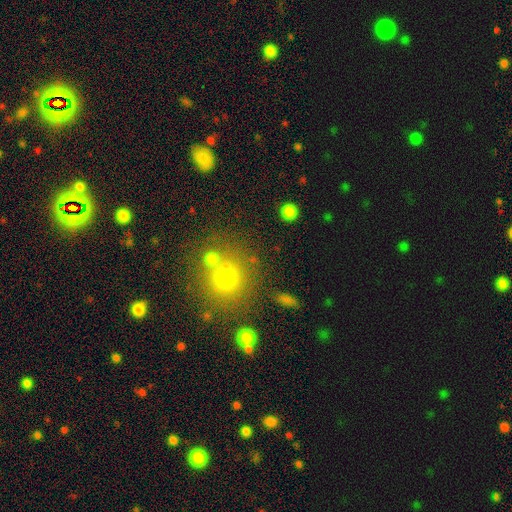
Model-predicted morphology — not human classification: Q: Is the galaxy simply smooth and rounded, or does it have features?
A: smooth — 52%.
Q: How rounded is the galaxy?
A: round — 89%.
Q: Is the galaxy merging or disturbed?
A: none — 77%.